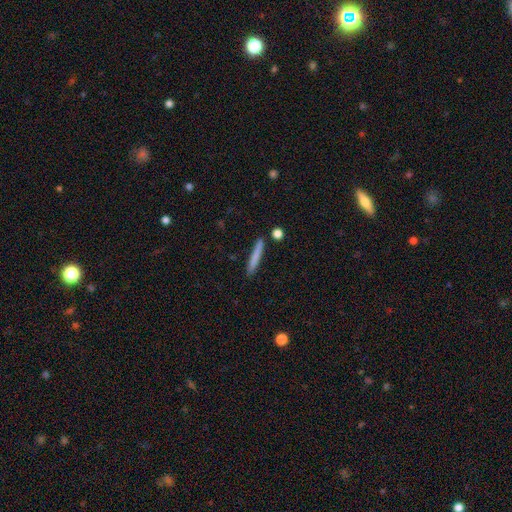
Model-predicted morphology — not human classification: Smooth or featured? smooth (76%)
How rounded? cigar-shaped (96%)
Merging? none (88%)